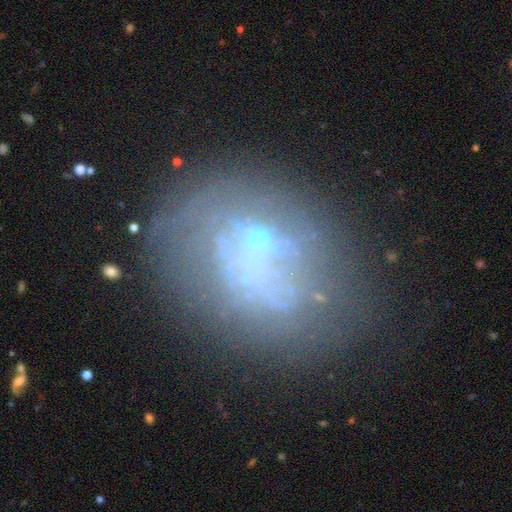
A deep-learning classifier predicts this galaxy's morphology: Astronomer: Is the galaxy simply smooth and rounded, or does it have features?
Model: featured or disk — 49% (runner-up: smooth, 31%).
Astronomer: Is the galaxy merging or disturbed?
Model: none — 51%.